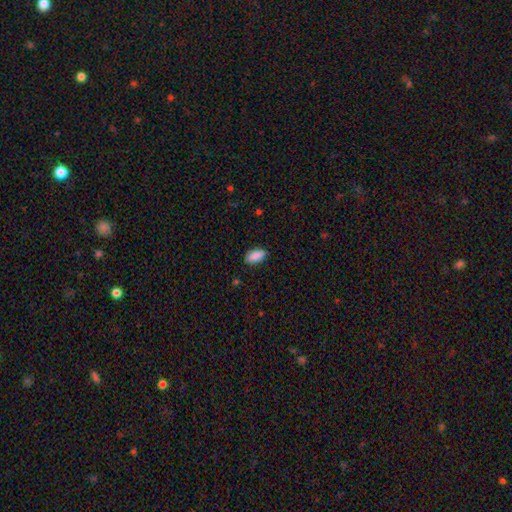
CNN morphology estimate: Smooth or featured? Predicted: smooth (p=0.89). How rounded? Predicted: in between (p=0.91). Merging? Predicted: none (p=0.86).